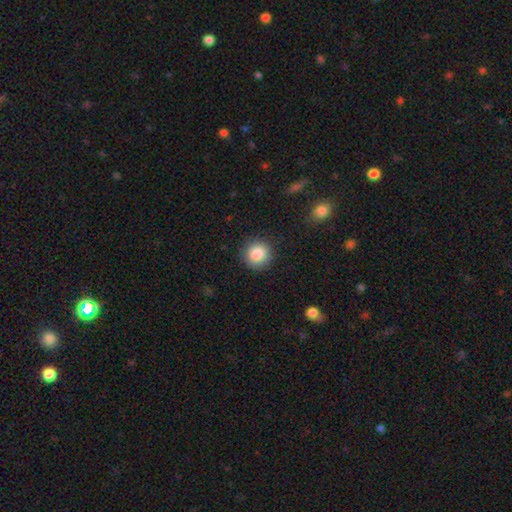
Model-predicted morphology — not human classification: type=smooth (87%); roundness=round (92%); merging=none (89%).